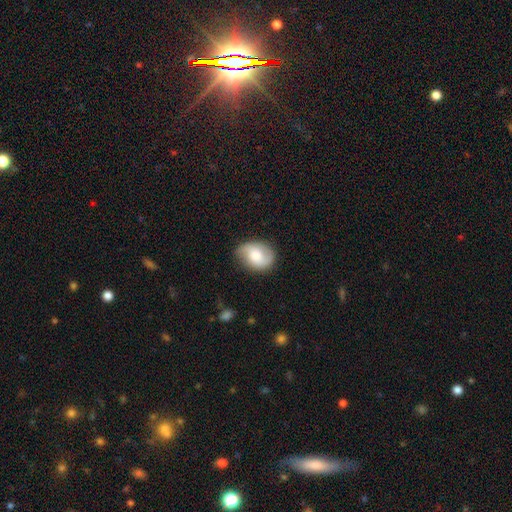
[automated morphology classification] Overall: featured or disk (56%; smooth 37%). Edge-on disk: no (97%). Bar: no (60%; weak 33%). Spiral arms: yes (88%). Bulge size: moderate (52%; small 23%). Merging: none (75%).